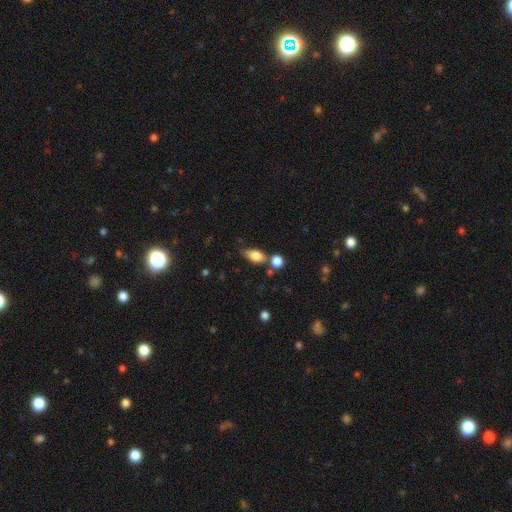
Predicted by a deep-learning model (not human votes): Smooth or featured? smooth (81%)
How rounded? in between (85%)
Merging? none (58%)